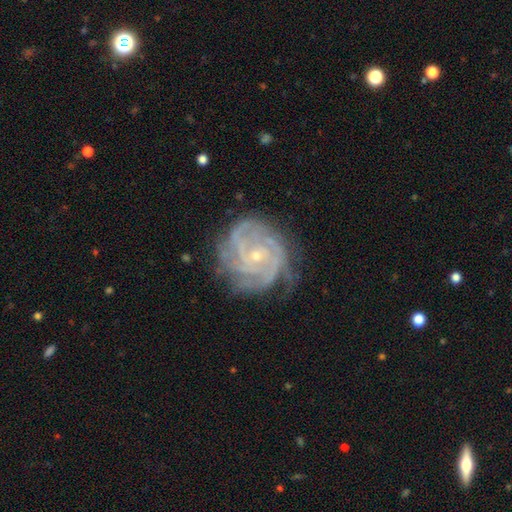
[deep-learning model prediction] smooth-or-featured: featured or disk: 86% | smooth: 7% | star or artifact: 7%
  disk-edge-on: no: 98% | yes: 2%
    bar: no: 69% | weak: 25% | strong: 6%
    has-spiral-arms: yes: 96% | no: 4%
      spiral-winding: tight: 71% | medium: 24% | loose: 4%
      spiral-arm-count: can't tell: 28% | 3: 22% | 4: 21% | 2: 15% | more than 4: 9% | 1: 7%
    bulge-size: small: 79% | moderate: 18% | none: 1% | large: 1% | dominant: 1%
  merging: none: 71% | minor disturbance: 20% | major disturbance: 8% | merger: 1%